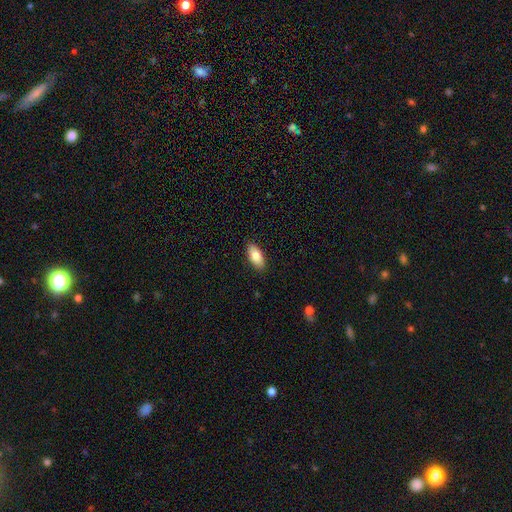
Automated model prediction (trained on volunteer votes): Smooth or featured: smooth — 80% (featured or disk — 13%)
How rounded: in between — 89% (cigar-shaped — 8%)
Merging: none — 89% (minor disturbance — 9%)